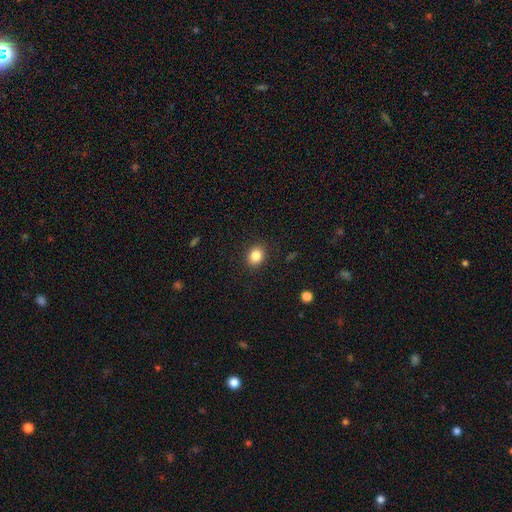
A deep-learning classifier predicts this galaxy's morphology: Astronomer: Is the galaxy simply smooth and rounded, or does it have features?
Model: smooth — 84%.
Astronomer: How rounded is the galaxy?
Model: round — 59% (runner-up: in between, 40%).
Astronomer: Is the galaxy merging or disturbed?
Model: none — 90%.